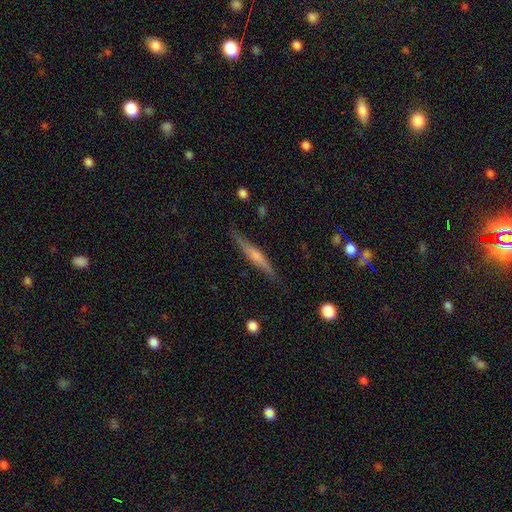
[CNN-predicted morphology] Smooth or featured? Predicted: featured or disk (p=0.60). Edge-on disk? Predicted: yes (p=0.96). Edge-on bulge? Predicted: rounded (p=0.56). Merging? Predicted: none (p=0.86).